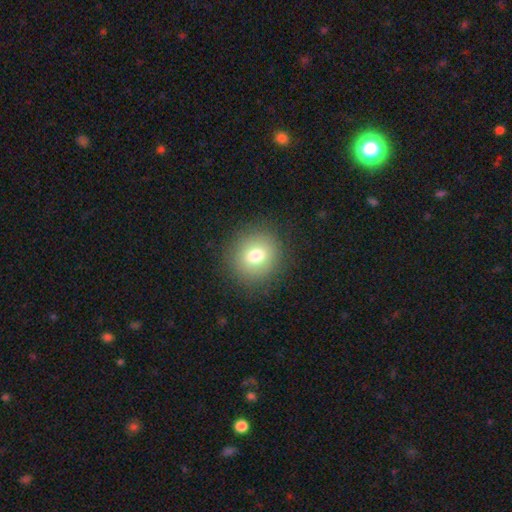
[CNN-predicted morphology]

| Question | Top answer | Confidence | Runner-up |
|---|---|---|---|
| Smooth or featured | smooth | 75% | featured or disk (13%) |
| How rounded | round | 87% | in between (12%) |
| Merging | none | 88% | minor disturbance (7%) |